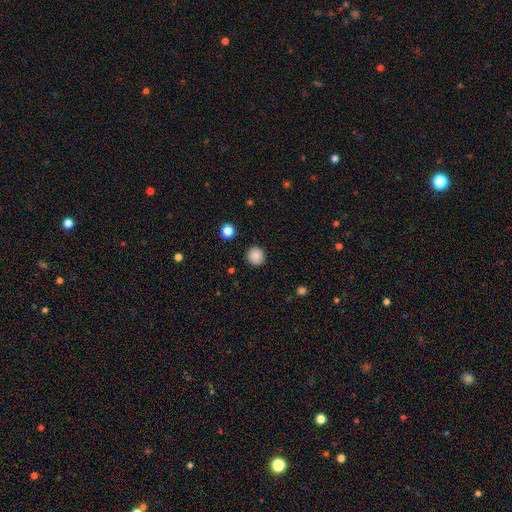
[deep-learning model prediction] Smooth or featured? Predicted: smooth (p=0.85). How rounded? Predicted: round (p=0.93). Merging? Predicted: none (p=0.91).